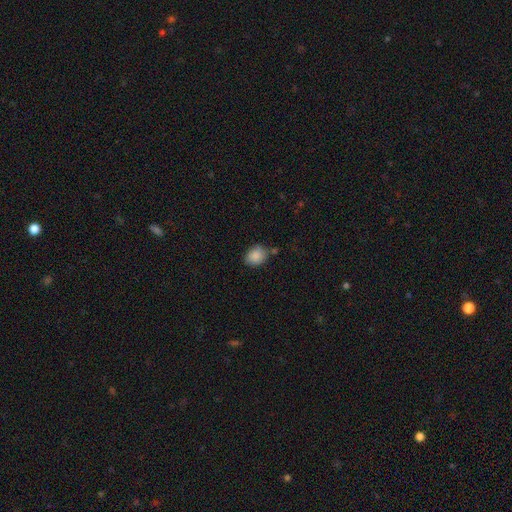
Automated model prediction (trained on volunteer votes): A smooth galaxy with no disk features (88%) that is in between round and cigar-shaped (53%).

Vote fractions:
- Smooth or featured? smooth: 88% / star or artifact: 8% / featured or disk: 4%
- How rounded? in between: 53% / round: 46% / cigar-shaped: 1%
- Merging? none: 72% / minor disturbance: 18% / merger: 7% / major disturbance: 4%